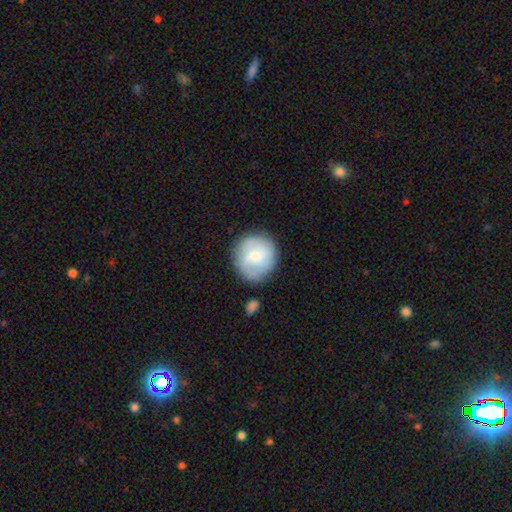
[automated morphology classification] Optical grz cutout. It shows a smooth galaxy with no disk features (57%) that is round (90%). Merging: none (76%).